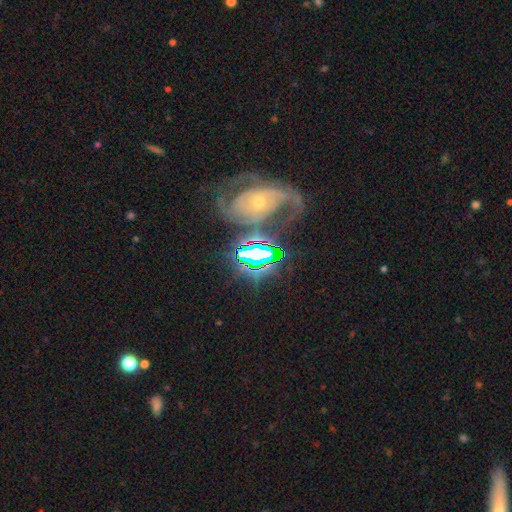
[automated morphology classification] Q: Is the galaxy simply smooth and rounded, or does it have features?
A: star or artifact — 53%.